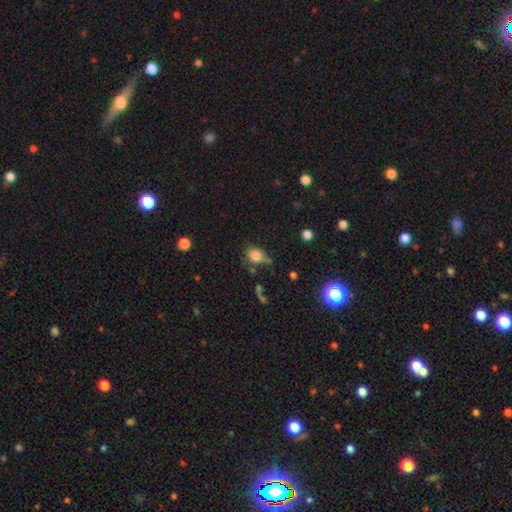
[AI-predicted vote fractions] A smooth galaxy with no disk features (75%) that is in between round and cigar-shaped (58%). Merging: none (42%).